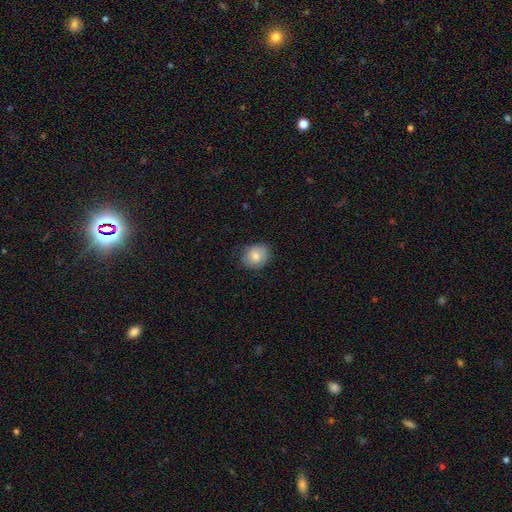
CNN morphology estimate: Smooth or featured? smooth (80%)
How rounded? round (64%)
Merging? none (79%)